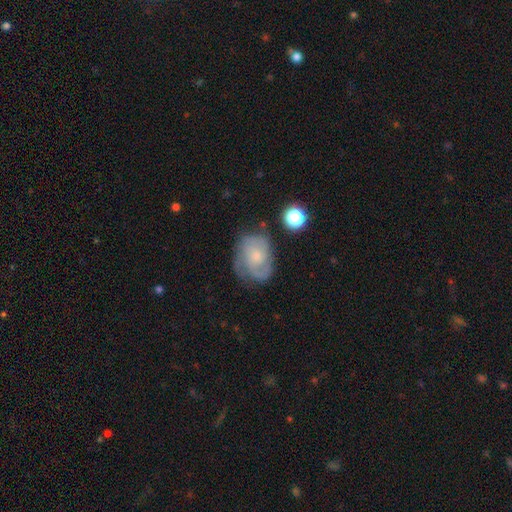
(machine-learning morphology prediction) Smooth or featured? featured or disk (68%)
Edge-on disk? no (97%)
Bar? no (72%)
Spiral arms? yes (89%)
Spiral winding? tight (43%)
Spiral arm count? 2 (34%)
Bulge size? small (58%)
Merging? none (61%)